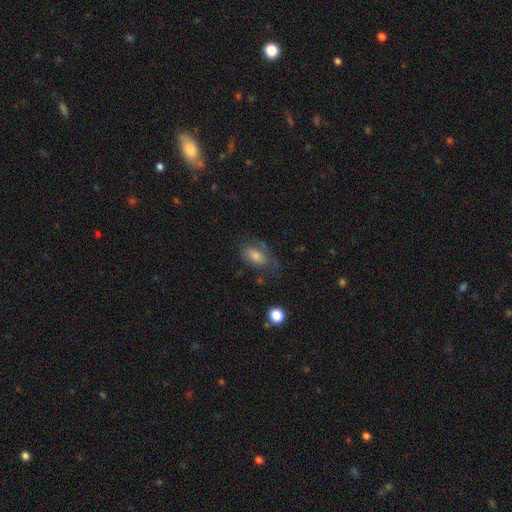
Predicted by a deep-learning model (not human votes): This is possibly a smooth galaxy (56%). How rounded: clearly in between (86%). Merging: possibly none (52%).